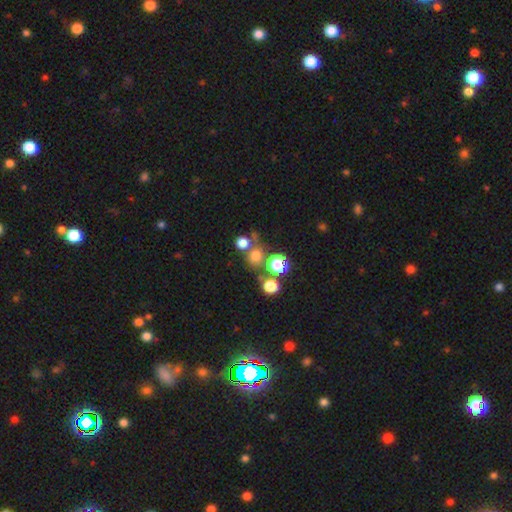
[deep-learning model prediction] smooth 69%, star or artifact 21%, featured or disk 10%. Down the decision tree: how rounded — round (85%); merging — none (61%).